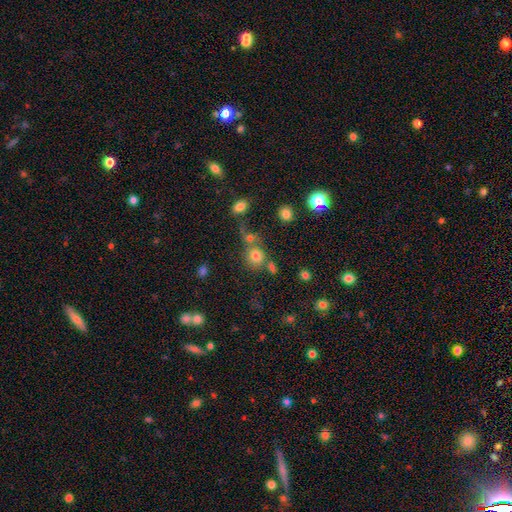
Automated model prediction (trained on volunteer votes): A smooth galaxy with no disk features (75%) that is round (84%). Merging: none (59%).